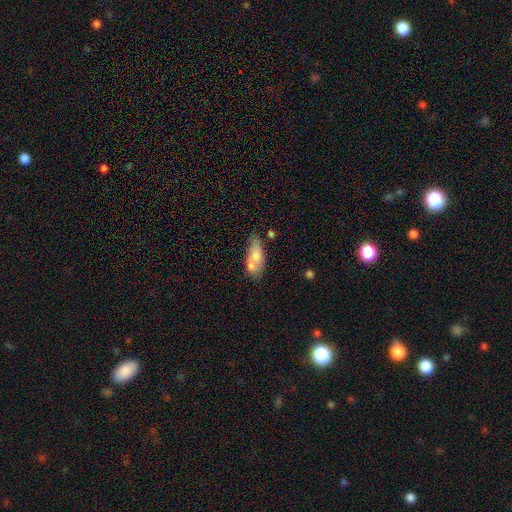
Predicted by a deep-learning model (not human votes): Smooth or featured? smooth (70%)
How rounded? in between (79%)
Merging? none (45%)